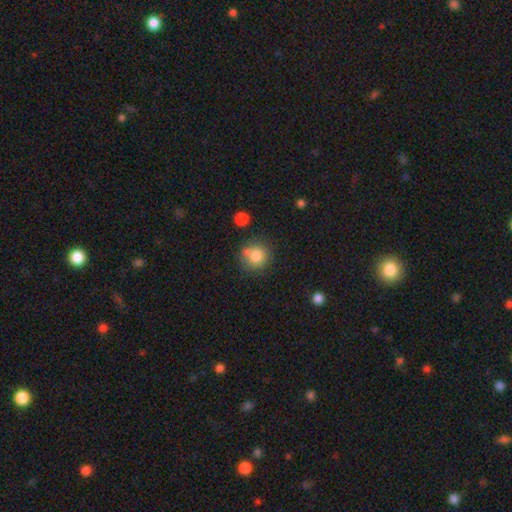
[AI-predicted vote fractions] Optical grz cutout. It shows a smooth galaxy with no disk features (82%) that is round (88%). Merging: none (65%).